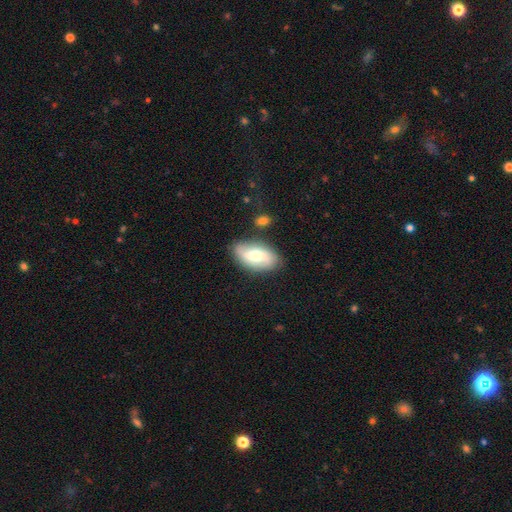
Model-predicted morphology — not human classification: Smooth or featured? smooth (48%)
Merging? none (75%)